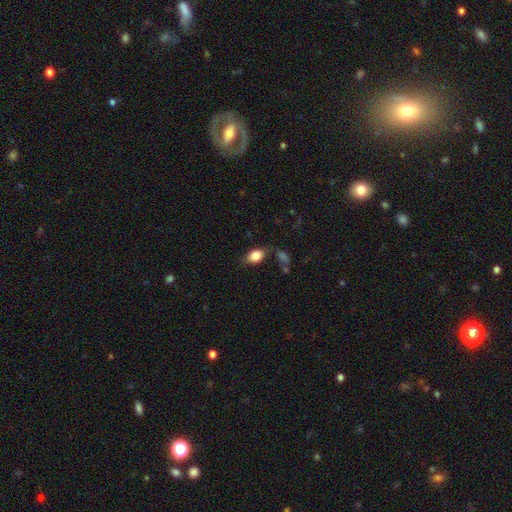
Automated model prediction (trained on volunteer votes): smooth 83%, featured or disk 9%, star or artifact 8%. Down the decision tree: how rounded — in between (80%); merging — none (65%).